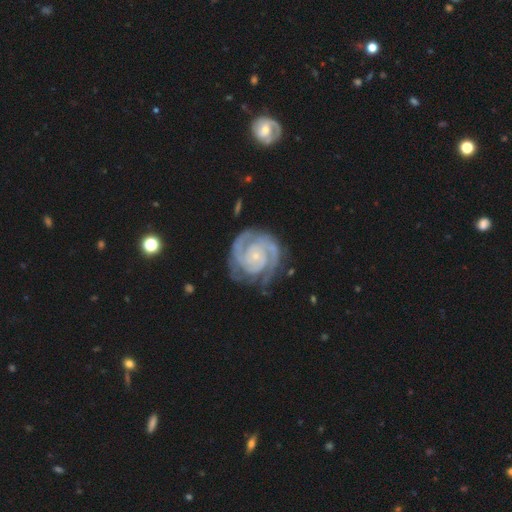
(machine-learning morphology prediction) Smooth or featured? Predicted: featured or disk (p=0.91). Edge-on disk? Predicted: no (p=0.98). Bar? Predicted: no (p=0.75). Spiral arms? Predicted: yes (p=0.98). Spiral winding? Predicted: tight (p=0.74). Spiral arm count? Predicted: 2 (p=0.56). Bulge size? Predicted: small (p=0.84). Merging? Predicted: none (p=0.74).